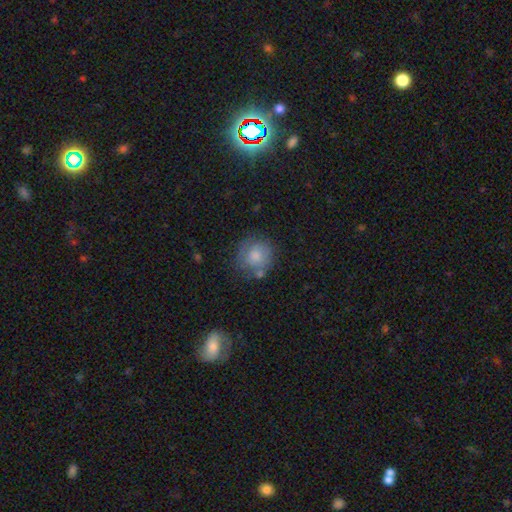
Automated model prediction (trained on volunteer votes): Overall: smooth (71%). How rounded: round (87%). Merging: none (62%).